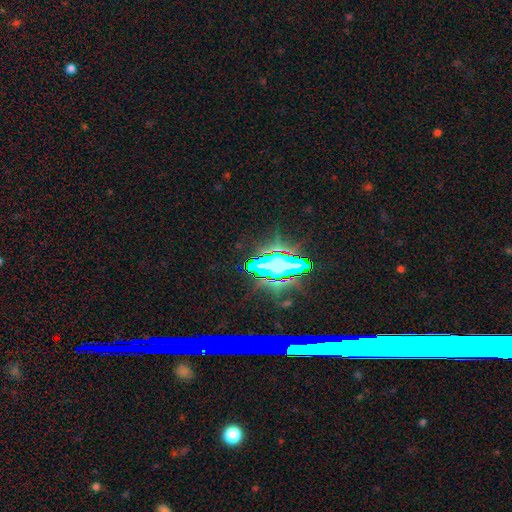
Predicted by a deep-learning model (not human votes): star or artifact 65%, featured or disk 19%, smooth 16%.